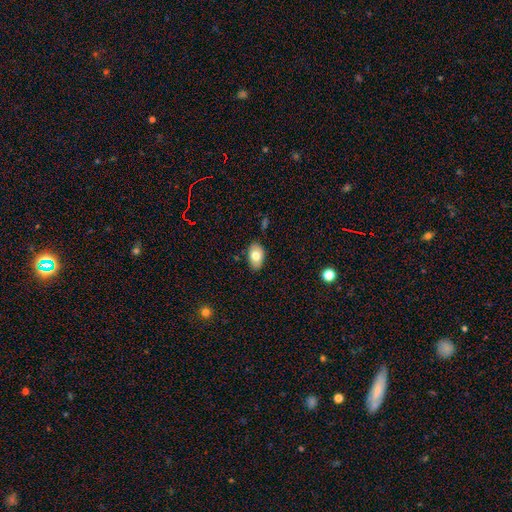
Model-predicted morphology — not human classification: type=smooth (77%); roundness=in between (90%); merging=none (84%).